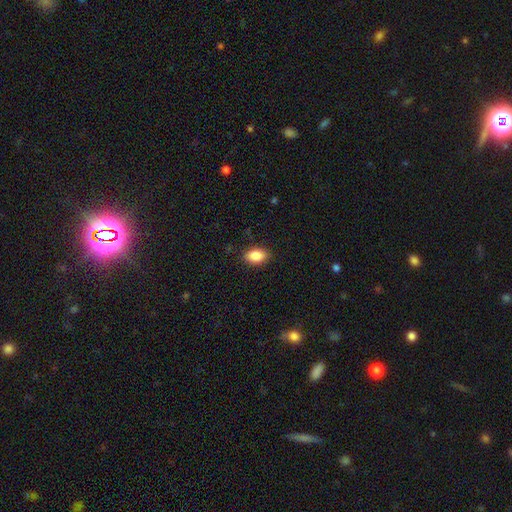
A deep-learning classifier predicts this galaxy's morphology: The model was most divided on "smooth or featured": smooth: 86%, star or artifact: 8%, featured or disk: 7%. More confident: how rounded — in between (89%); merging — none (88%).